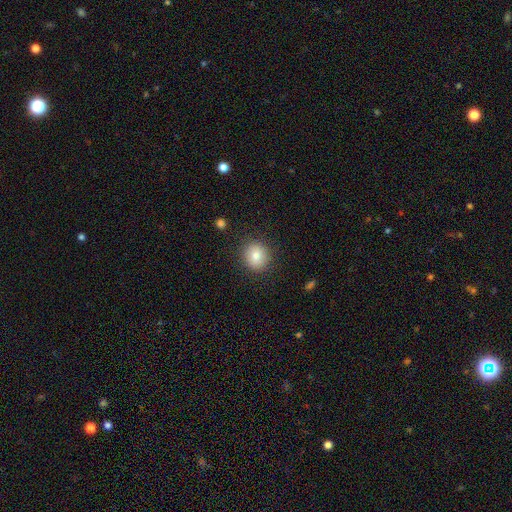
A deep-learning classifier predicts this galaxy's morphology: smooth_or_featured: smooth (p=0.81) [alt: star or artifact p=0.10]
how_rounded: round (p=0.84) [alt: in between p=0.15]
merging: none (p=0.88) [alt: minor disturbance p=0.08]